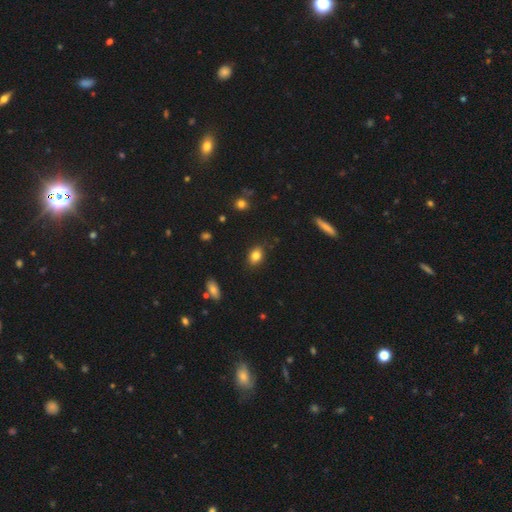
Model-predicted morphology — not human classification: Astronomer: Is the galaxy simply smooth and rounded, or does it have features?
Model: smooth — 83%.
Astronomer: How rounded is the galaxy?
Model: in between — 67%.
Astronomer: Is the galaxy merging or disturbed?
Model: none — 85%.